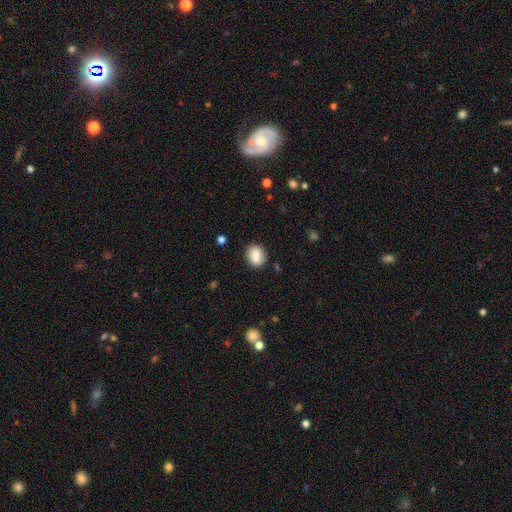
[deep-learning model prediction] This is clearly a smooth galaxy (82%). How rounded: possibly in between (50%). Merging: clearly none (81%).